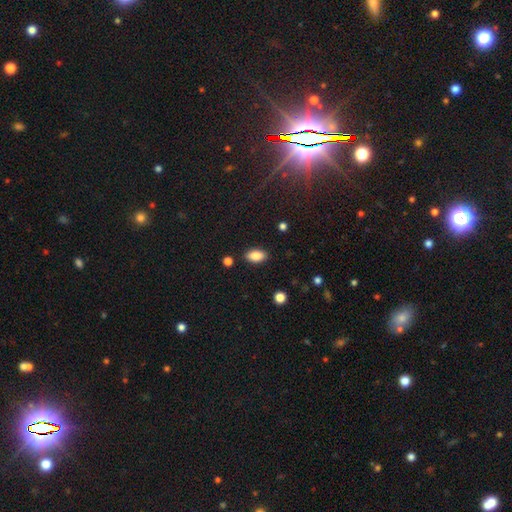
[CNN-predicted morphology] smooth_or_featured: smooth (p=0.85) [alt: star or artifact p=0.08]
how_rounded: in between (p=0.92) [alt: round p=0.04]
merging: none (p=0.87) [alt: minor disturbance p=0.09]